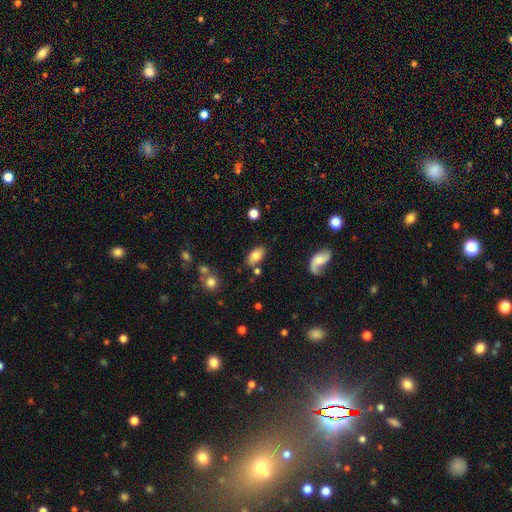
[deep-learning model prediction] Smooth or featured: smooth — 77% (featured or disk — 15%)
How rounded: in between — 91% (round — 6%)
Merging: none — 75% (minor disturbance — 14%)